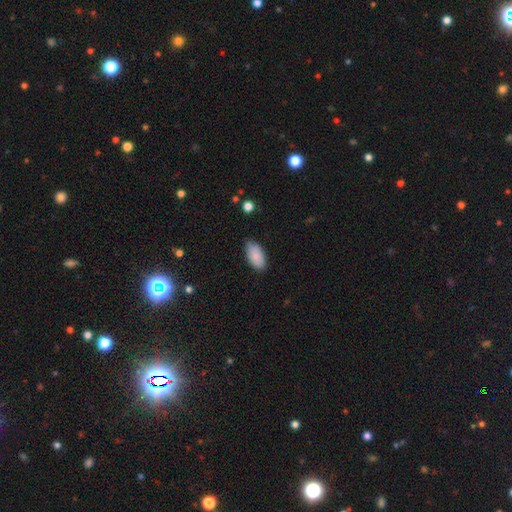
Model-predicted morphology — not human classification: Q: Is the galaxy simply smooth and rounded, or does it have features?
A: smooth — 87%.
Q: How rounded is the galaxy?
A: in between — 95%.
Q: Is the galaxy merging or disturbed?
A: none — 79%.